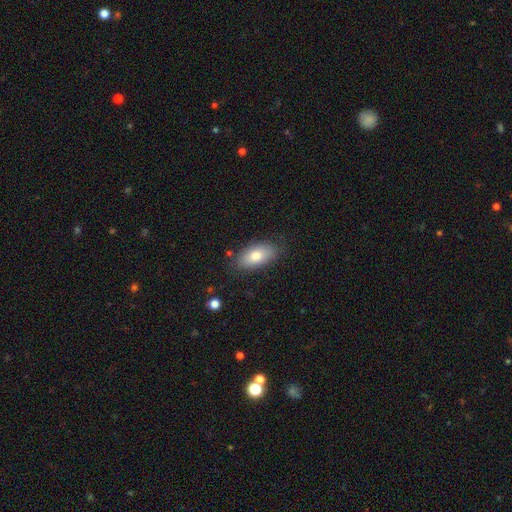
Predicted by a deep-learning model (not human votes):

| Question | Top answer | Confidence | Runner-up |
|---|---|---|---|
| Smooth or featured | smooth | 75% | featured or disk (17%) |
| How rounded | in between | 91% | round (5%) |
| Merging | none | 82% | minor disturbance (14%) |